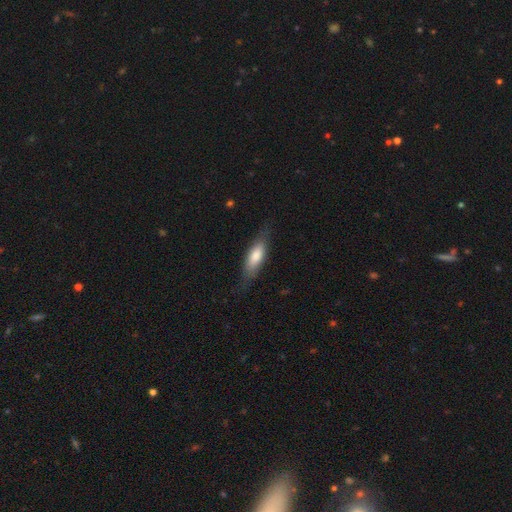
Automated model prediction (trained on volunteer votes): Smooth or featured: smooth — 68% (featured or disk — 27%)
How rounded: in between — 52% (cigar-shaped — 46%)
Merging: none — 75% (minor disturbance — 19%)